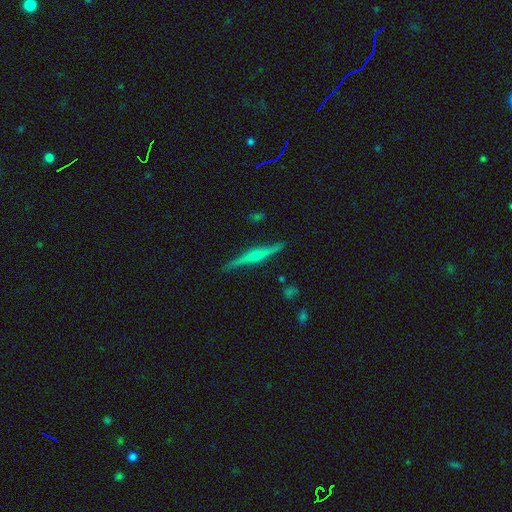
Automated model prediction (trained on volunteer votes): Q: Smooth or featured?
A: featured or disk (77%); runner-up: smooth (16%)
Q: Edge-on disk?
A: yes (98%); runner-up: no (2%)
Q: Edge-on bulge?
A: rounded (80%); runner-up: none (10%)
Q: Merging?
A: none (88%); runner-up: minor disturbance (9%)